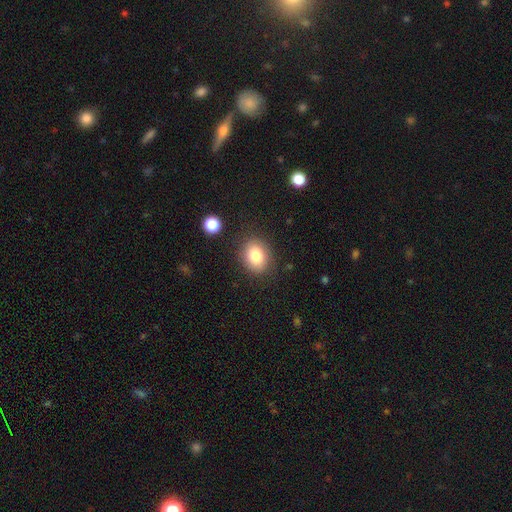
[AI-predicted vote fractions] Smooth or featured? Predicted: smooth (p=0.82). How rounded? Predicted: in between (p=0.53). Merging? Predicted: none (p=0.85).